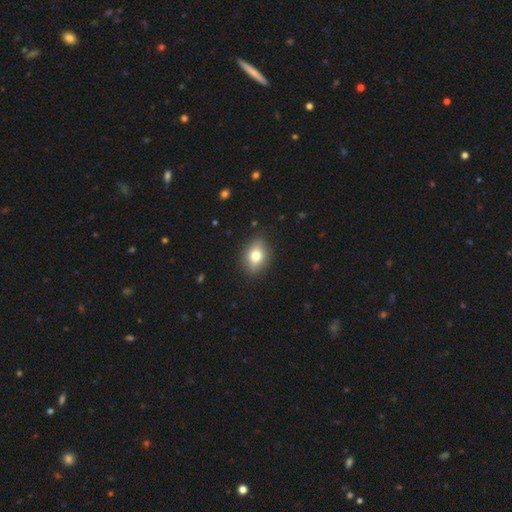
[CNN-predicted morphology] Smooth or featured: smooth — 70% (featured or disk — 20%)
How rounded: in between — 61% (round — 36%)
Merging: none — 86% (minor disturbance — 10%)